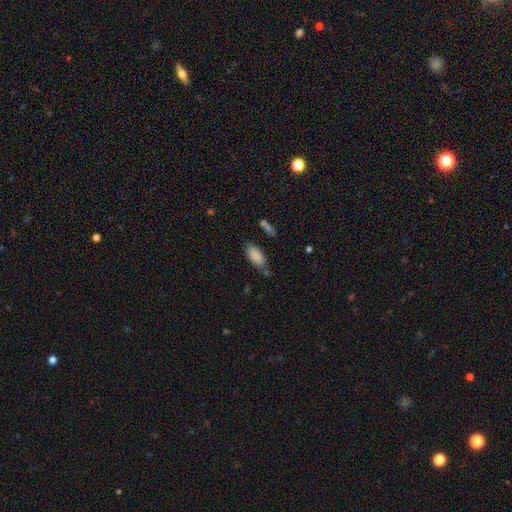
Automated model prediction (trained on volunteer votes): The model was most divided on "merging": none: 70%, minor disturbance: 19%, merger: 7%, major disturbance: 5%. More confident: how rounded — in between (88%); smooth or featured — smooth (87%).